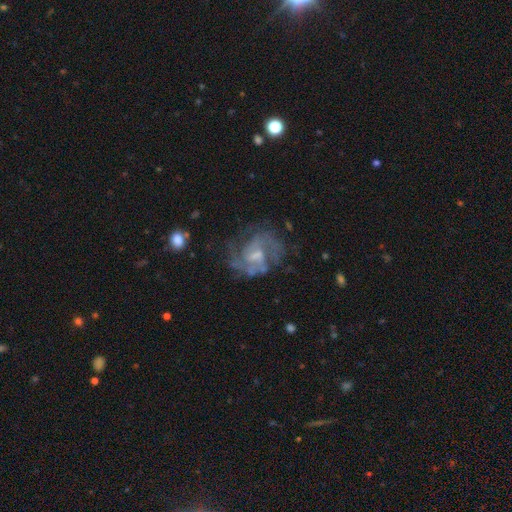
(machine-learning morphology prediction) A featured or disk galaxy (78%) with a weak bar (52%), 2 (41%) medium (48%) spiral arms (81%) and a small central bulge (37%).

Vote fractions:
- Smooth or featured? featured or disk: 78% / smooth: 13% / star or artifact: 8%
- Edge-on disk? no: 98% / yes: 2%
- Bar? weak: 52% / no: 37% / strong: 11%
- Spiral arms? yes: 81% / no: 19%
- Spiral winding? medium: 48% / tight: 31% / loose: 21%
- Spiral arm count? 2: 41% / can't tell: 32% / 3: 14% / 1: 6% / 4: 4% / more than 4: 3%
- Bulge size? small: 37% / moderate: 34% / none: 24% / large: 4% / dominant: 1%
- Merging? none: 55% / major disturbance: 21% / minor disturbance: 20% / merger: 3%